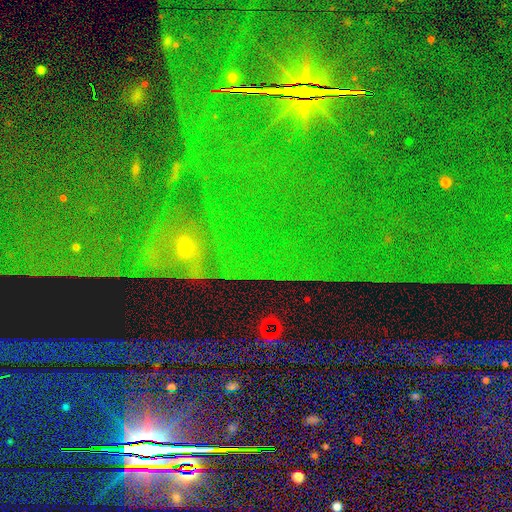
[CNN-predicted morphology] smooth-or-featured: star or artifact: 82% | featured or disk: 9% | smooth: 9%